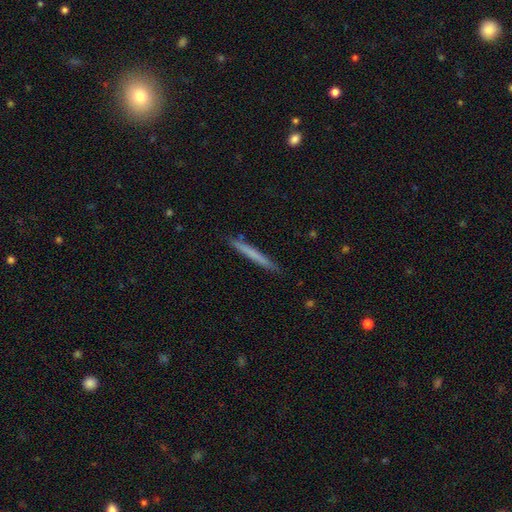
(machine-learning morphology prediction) A smooth galaxy with no disk features (64%) that is cigar-shaped (97%). Merging: none (89%).